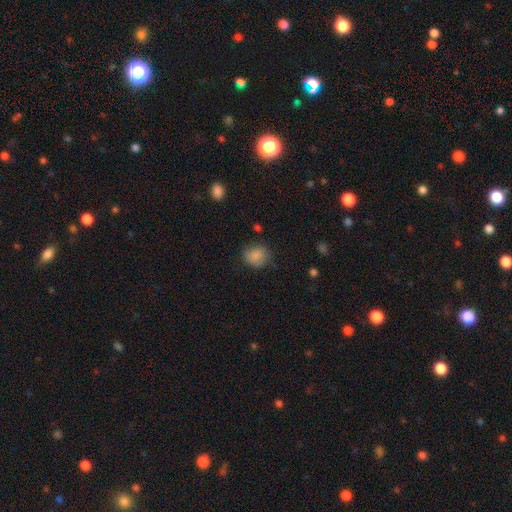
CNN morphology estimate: Q: Smooth or featured?
A: smooth (84%); runner-up: star or artifact (10%)
Q: How rounded?
A: round (66%); runner-up: in between (33%)
Q: Merging?
A: none (70%); runner-up: minor disturbance (22%)